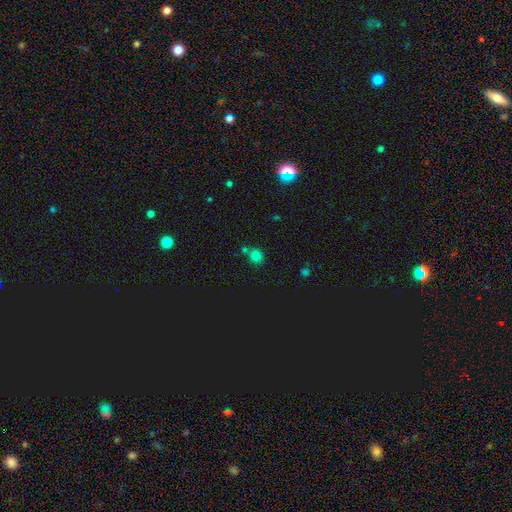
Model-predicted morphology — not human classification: A smooth galaxy with no disk features (76%) that is round (82%). Merging: none (65%).